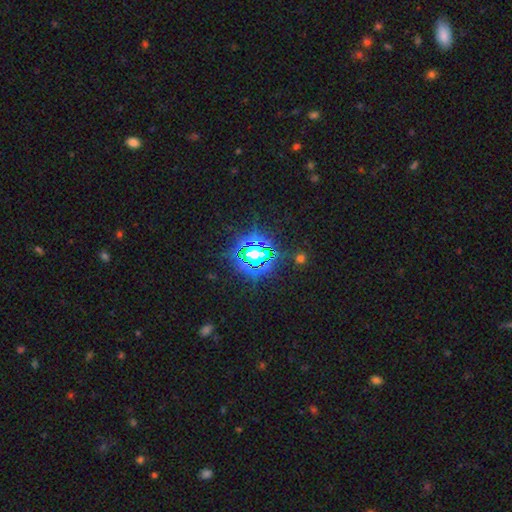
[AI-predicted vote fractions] This is likely a star or artifact rather than a galaxy (75%).